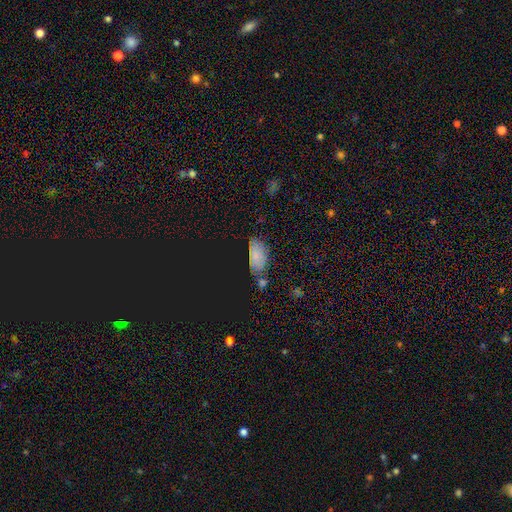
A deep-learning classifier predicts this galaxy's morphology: Smooth or featured: smooth — 56% (star or artifact — 34%)
How rounded: in between — 89% (round — 5%)
Merging: none — 61% (minor disturbance — 22%)